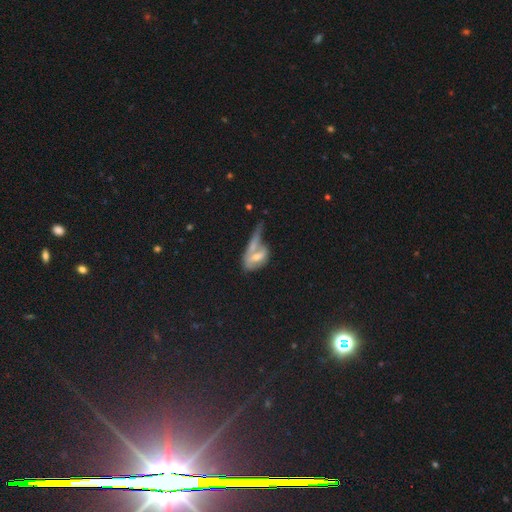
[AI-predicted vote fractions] Smooth or featured? smooth (49%)
Merging? merger (43%)